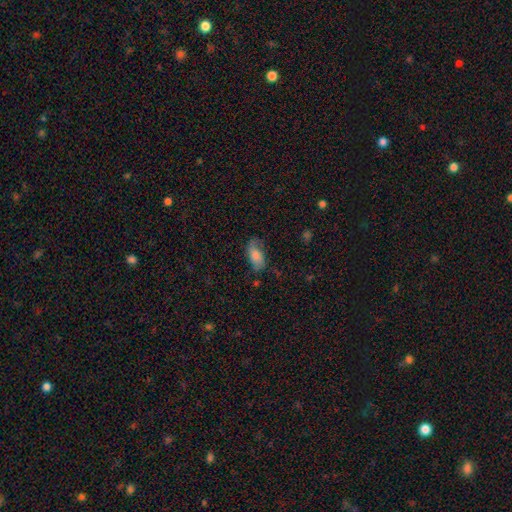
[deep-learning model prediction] A smooth galaxy with no disk features (75%) that is in between round and cigar-shaped (90%).

Vote fractions:
- Smooth or featured? smooth: 75% / featured or disk: 17% / star or artifact: 8%
- How rounded? in between: 90% / cigar-shaped: 7% / round: 3%
- Merging? none: 60% / minor disturbance: 27% / major disturbance: 10% / merger: 2%